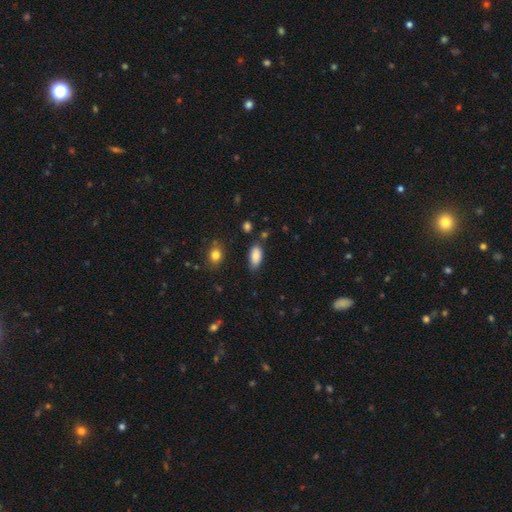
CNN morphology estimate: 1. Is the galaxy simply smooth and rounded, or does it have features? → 85% smooth, 8% star or artifact, 7% featured or disk.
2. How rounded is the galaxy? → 89% in between, 8% cigar-shaped, 3% round.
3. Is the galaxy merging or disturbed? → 70% none, 22% minor disturbance, 4% major disturbance, 3% merger.